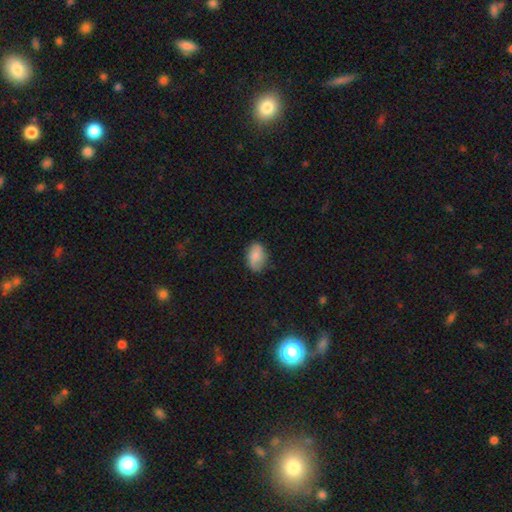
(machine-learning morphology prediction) smooth 79%, featured or disk 14%, star or artifact 7%. Down the decision tree: how rounded — in between (87%); merging — none (77%).